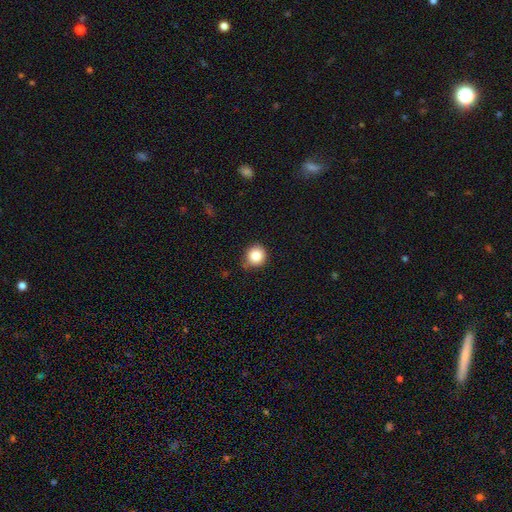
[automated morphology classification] A smooth galaxy with no disk features (85%) that is round (93%). Merging: none (85%).